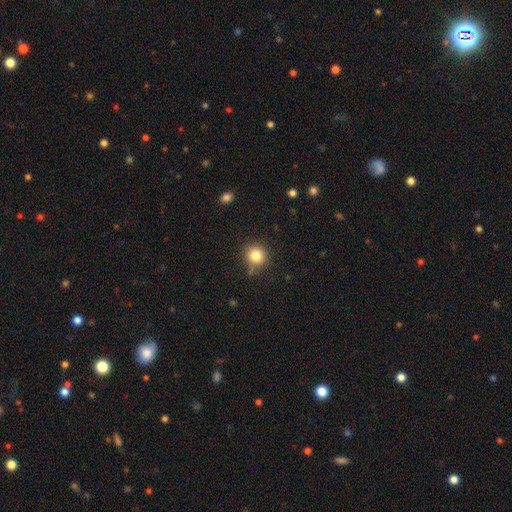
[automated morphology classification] Overall: smooth (82%). How rounded: round (92%). Merging: none (81%).